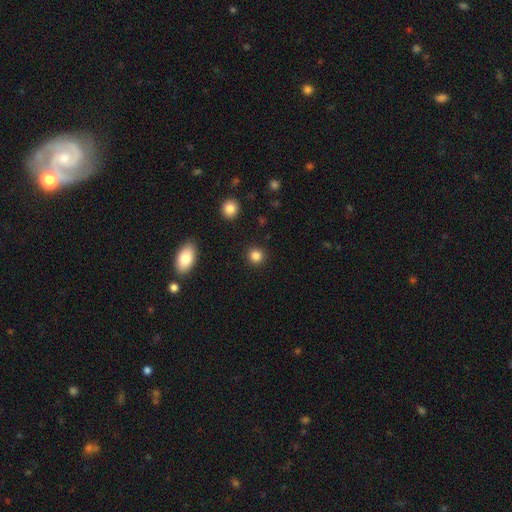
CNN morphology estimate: type=smooth (85%); roundness=round (92%); merging=none (92%).